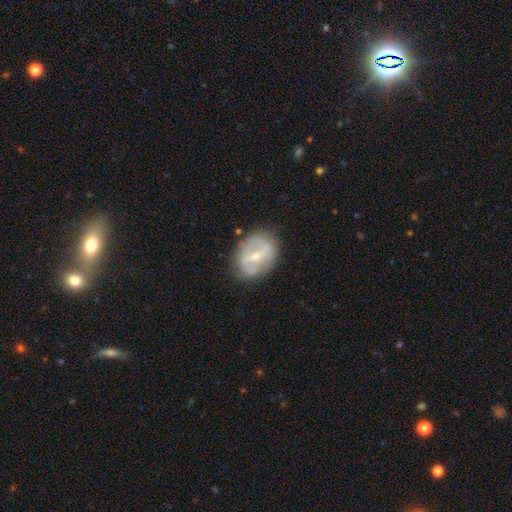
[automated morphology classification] Overall: featured or disk (66%; smooth 27%). Edge-on disk: no (94%). Bar: strong (52%; weak 35%). Spiral arms: no (55%; yes 45%). Bulge size: small (56%; moderate 39%). Merging: none (79%).